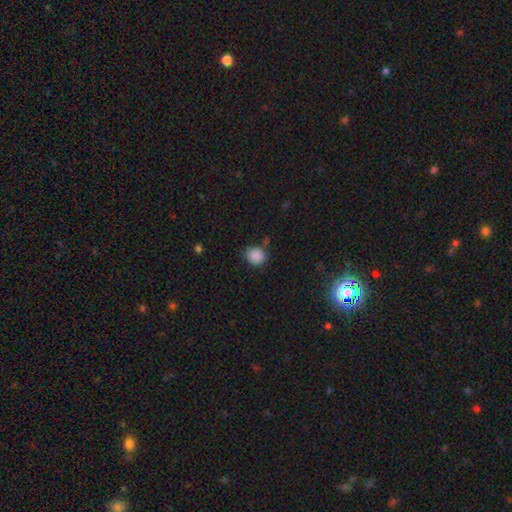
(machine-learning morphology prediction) Smooth or featured? Predicted: smooth (p=0.87). How rounded? Predicted: round (p=0.79). Merging? Predicted: none (p=0.76).